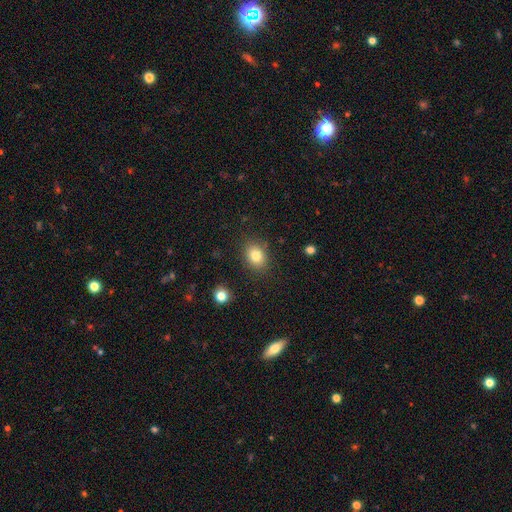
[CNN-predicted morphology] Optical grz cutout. It shows a smooth galaxy with no disk features (81%) that is in between round and cigar-shaped (57%). Merging: none (85%).